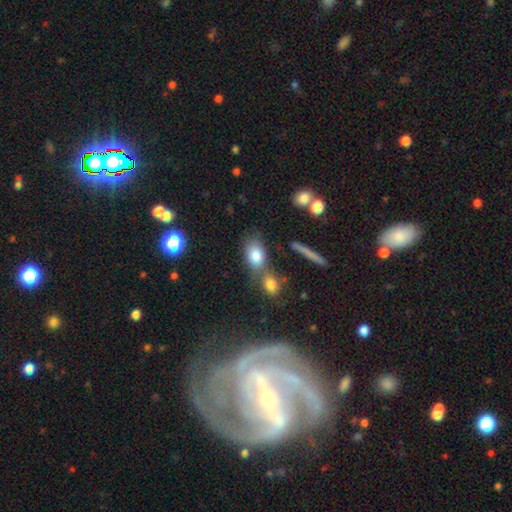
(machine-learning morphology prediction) Smooth or featured? smooth (80%)
How rounded? in between (80%)
Merging? none (46%)